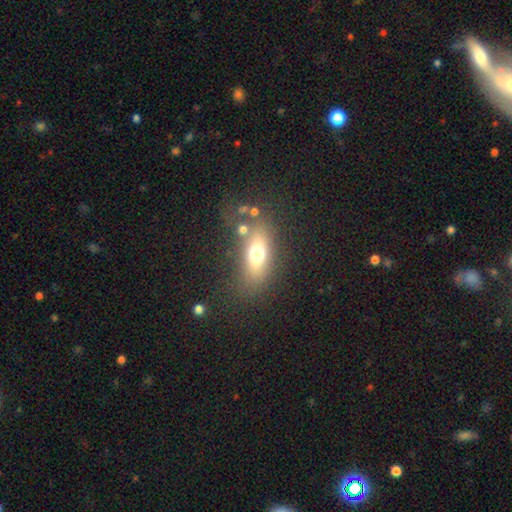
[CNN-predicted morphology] Overall: smooth (62%; featured or disk 25%). How rounded: in between (73%). Merging: none (65%).